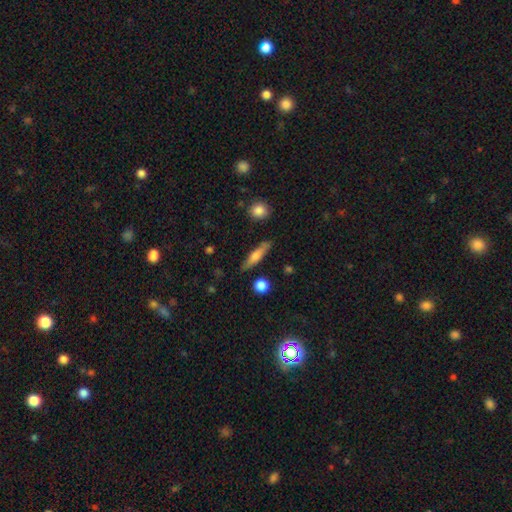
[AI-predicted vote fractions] Overall: smooth (62%; featured or disk 31%). How rounded: cigar-shaped (78%). Merging: none (83%).